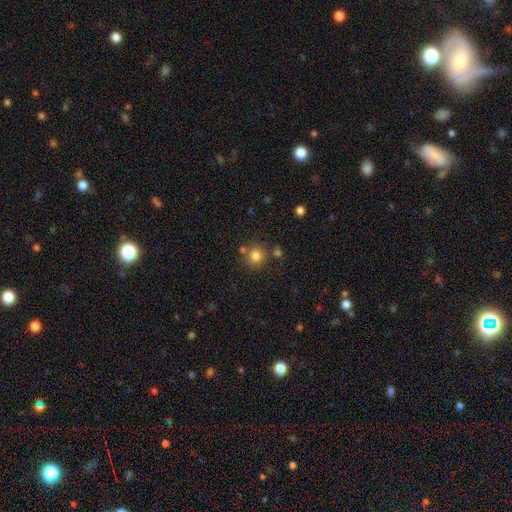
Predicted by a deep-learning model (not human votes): Smooth or featured? Predicted: smooth (p=0.80). How rounded? Predicted: round (p=0.91). Merging? Predicted: none (p=0.75).